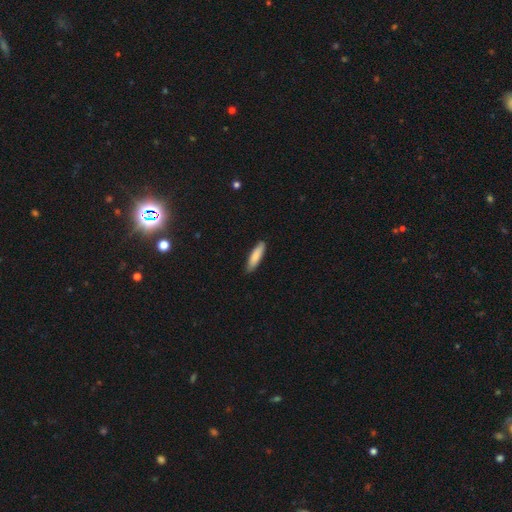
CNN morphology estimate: type=smooth (85%); roundness=cigar-shaped (68%); merging=none (86%).